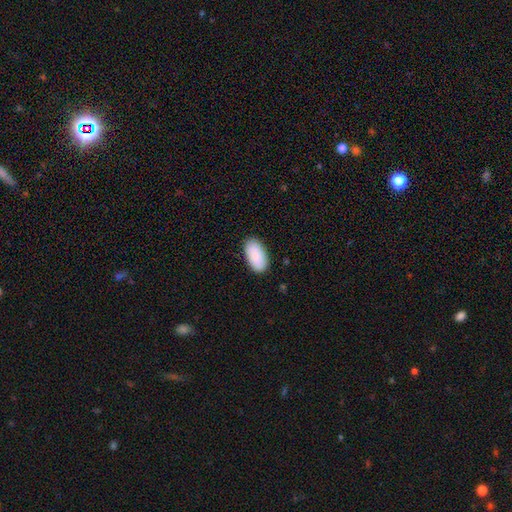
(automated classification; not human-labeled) smooth-or-featured: smooth: 90% | star or artifact: 6% | featured or disk: 4%
  how-rounded: in between: 96% | cigar-shaped: 2% | round: 2%
  merging: none: 87% | minor disturbance: 10% | major disturbance: 2% | merger: 1%